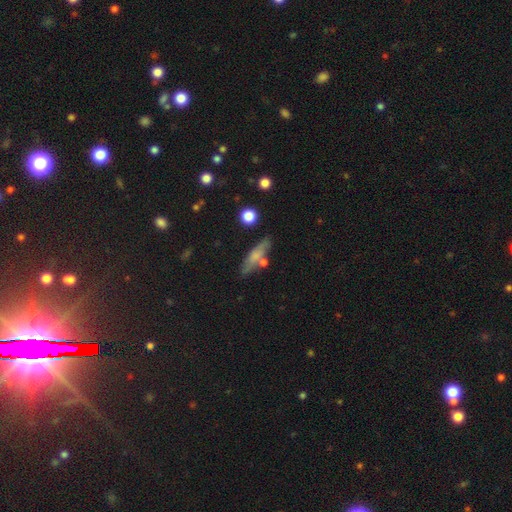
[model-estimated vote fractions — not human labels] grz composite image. It shows a smooth galaxy with no disk features (61%) that is cigar-shaped (67%). Merging: none (71%).